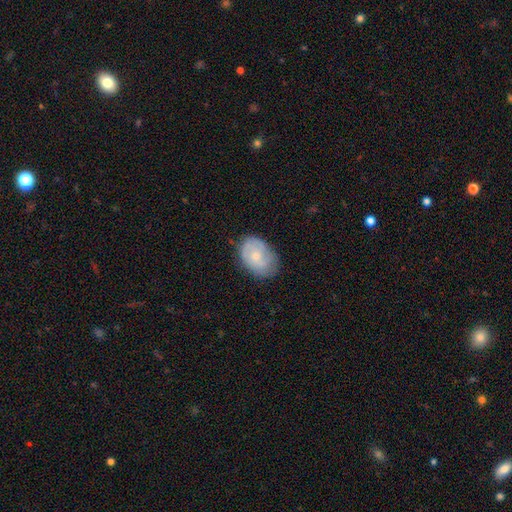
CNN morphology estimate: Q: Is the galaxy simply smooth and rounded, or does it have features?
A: smooth — 50%.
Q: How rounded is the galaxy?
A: in between — 78%.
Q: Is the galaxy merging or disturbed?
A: none — 69%.